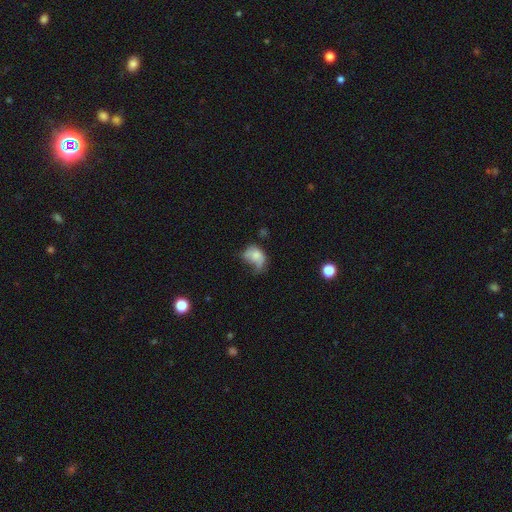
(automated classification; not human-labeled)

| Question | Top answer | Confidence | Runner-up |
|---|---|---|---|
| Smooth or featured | smooth | 61% | featured or disk (28%) |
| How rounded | in between | 74% | round (25%) |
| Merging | major disturbance | 42% | minor disturbance (29%) |